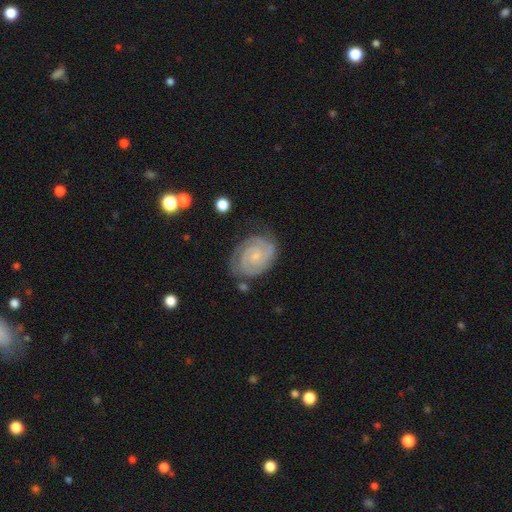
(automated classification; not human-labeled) smooth-or-featured: featured or disk: 87% | smooth: 8% | star or artifact: 5%
  disk-edge-on: no: 98% | yes: 2%
    bar: no: 66% | weak: 28% | strong: 6%
    has-spiral-arms: yes: 98% | no: 2%
      spiral-winding: tight: 77% | medium: 20% | loose: 3%
      spiral-arm-count: 2: 65% | 3: 15% | can't tell: 11% | 4: 3% | 1: 3% | more than 4: 3%
    bulge-size: small: 75% | moderate: 15% | none: 7% | large: 1% | dominant: 1%
  merging: none: 76% | minor disturbance: 17% | major disturbance: 5% | merger: 2%